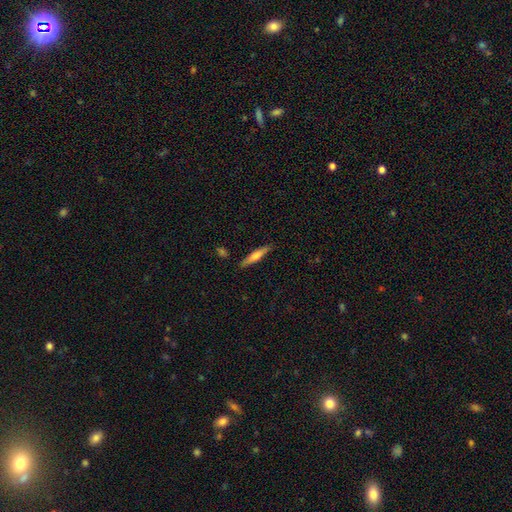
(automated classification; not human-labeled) This appears to be a smooth galaxy with no disk features (61%) that is cigar-shaped (87%). Merging: none (86%).